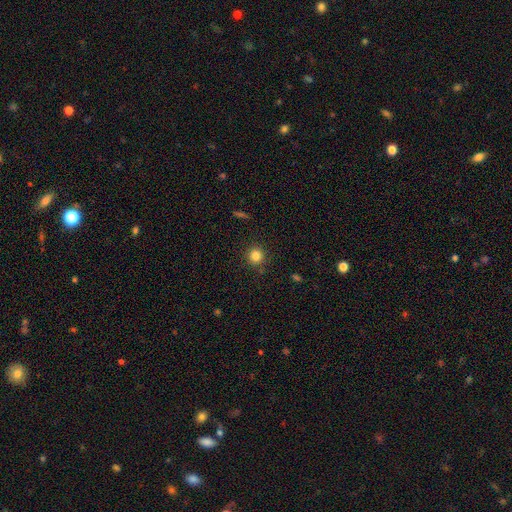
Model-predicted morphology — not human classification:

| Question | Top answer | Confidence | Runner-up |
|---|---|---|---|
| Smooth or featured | smooth | 83% | star or artifact (12%) |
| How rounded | round | 92% | in between (7%) |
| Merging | none | 88% | minor disturbance (8%) |